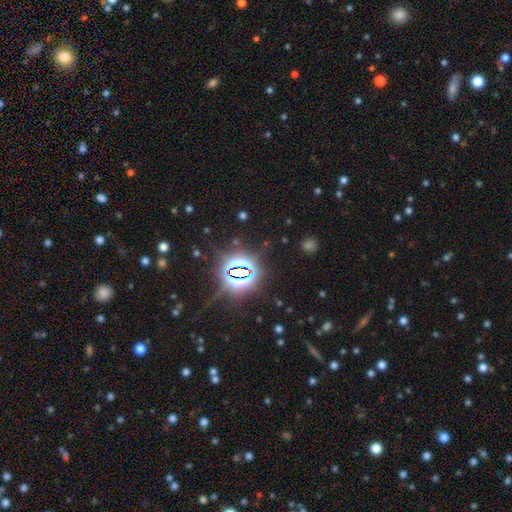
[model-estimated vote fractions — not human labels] Smooth or featured?
  - star or artifact: 82% *
  - smooth: 11%
  - featured or disk: 7%